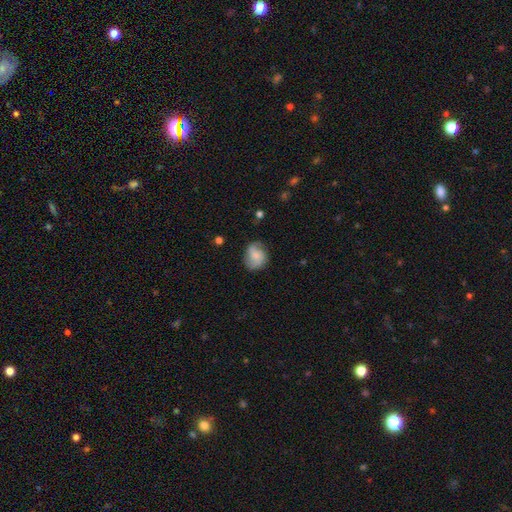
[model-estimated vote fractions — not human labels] The model was most divided on "how rounded": round: 57%, in between: 42%, cigar-shaped: 1%. More confident: merging — none (64%); smooth or featured — smooth (60%).